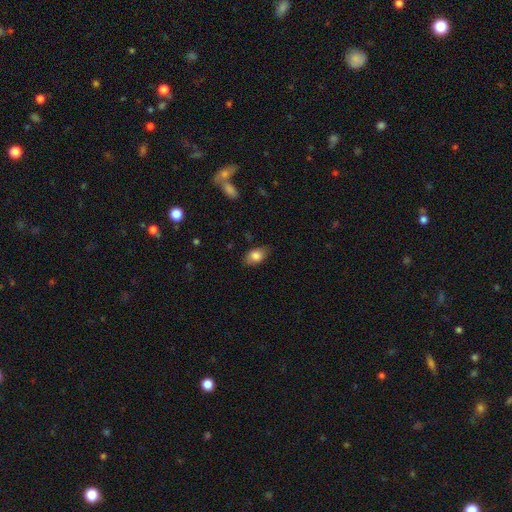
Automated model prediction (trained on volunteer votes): Smooth or featured? smooth (81%)
How rounded? in between (89%)
Merging? none (79%)